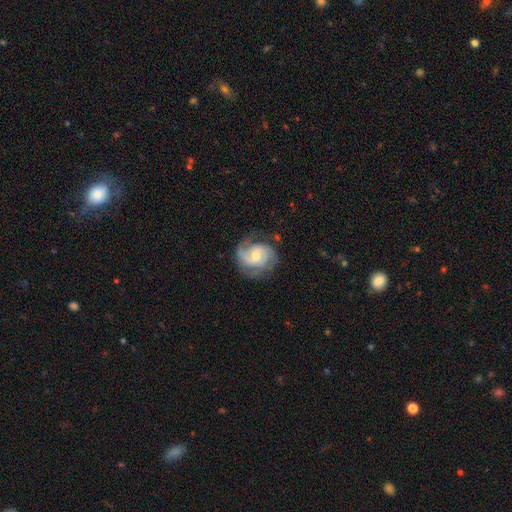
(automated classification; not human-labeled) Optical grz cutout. It shows a featured or disk galaxy (84%) with no bar (54%), 2 (59%) medium (44%) spiral arms (96%) and a moderate central bulge (49%). Merging: none (68%).